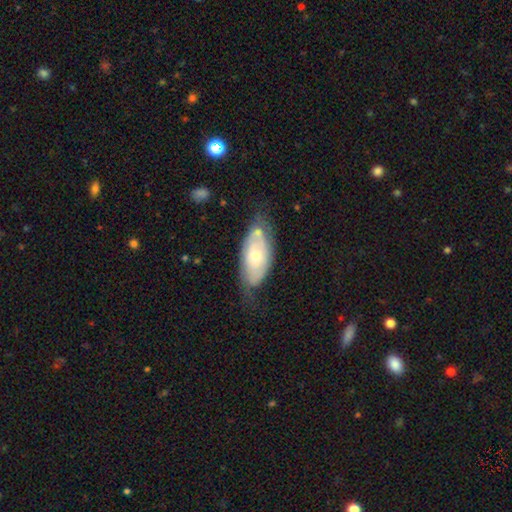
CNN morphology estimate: smooth_or_featured: featured or disk (p=0.58) [alt: smooth p=0.36]
disk_edge_on: no (p=0.88) [alt: yes p=0.12]
bar: no (p=0.85) [alt: weak p=0.12]
has_spiral_arms: no (p=0.51) [alt: yes p=0.49]
bulge_size: small (p=0.50) [alt: moderate p=0.45]
merging: none (p=0.53) [alt: minor disturbance p=0.30]